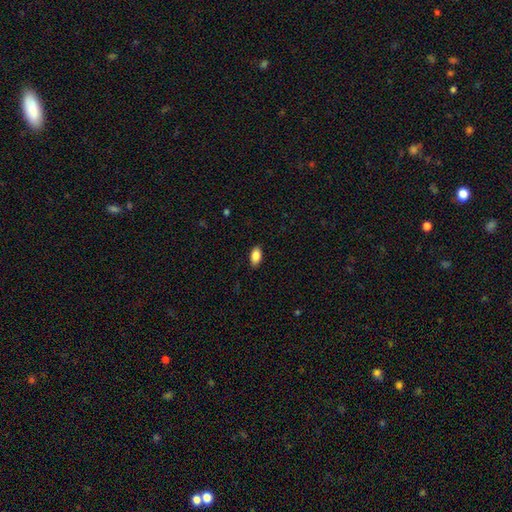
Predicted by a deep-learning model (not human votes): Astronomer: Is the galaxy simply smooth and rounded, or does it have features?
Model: smooth — 88%.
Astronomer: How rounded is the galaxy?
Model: in between — 92%.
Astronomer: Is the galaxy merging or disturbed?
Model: none — 88%.